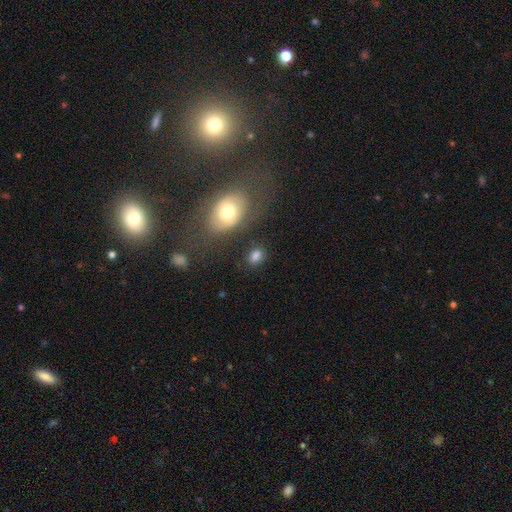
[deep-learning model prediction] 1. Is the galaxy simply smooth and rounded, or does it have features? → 81% smooth, 10% star or artifact, 9% featured or disk.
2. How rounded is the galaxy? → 68% in between, 31% round, 2% cigar-shaped.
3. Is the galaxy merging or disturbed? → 77% none, 11% minor disturbance, 7% merger, 5% major disturbance.